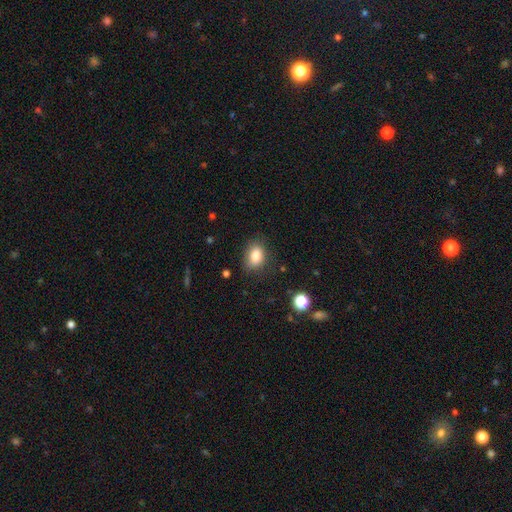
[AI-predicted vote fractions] Smooth or featured?
  - smooth: 84% *
  - star or artifact: 9%
  - featured or disk: 7%
How rounded?
  - in between: 75% *
  - round: 23%
  - cigar-shaped: 1%
Merging?
  - none: 79% *
  - minor disturbance: 16%
  - major disturbance: 4%
  - merger: 1%